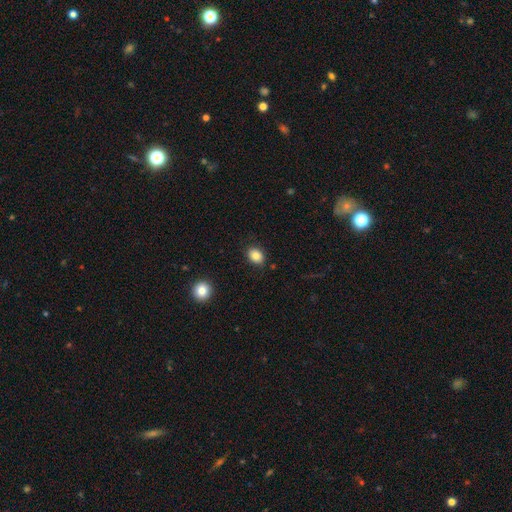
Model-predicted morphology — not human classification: Overall: smooth (84%). How rounded: in between (64%; round 35%). Merging: none (85%).